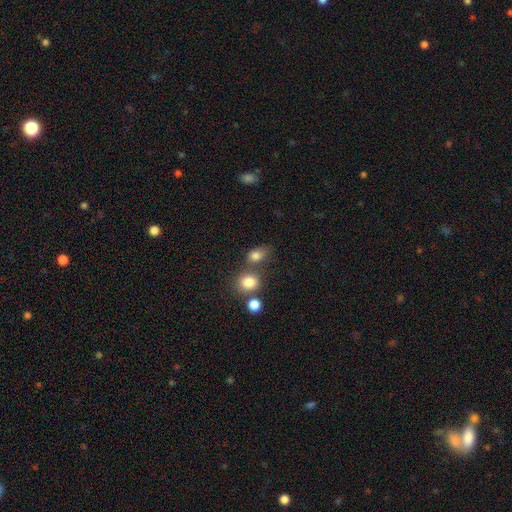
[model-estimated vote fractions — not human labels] smooth 79%, star or artifact 12%, featured or disk 8%. Down the decision tree: how rounded — in between (59%); merging — none (49%).